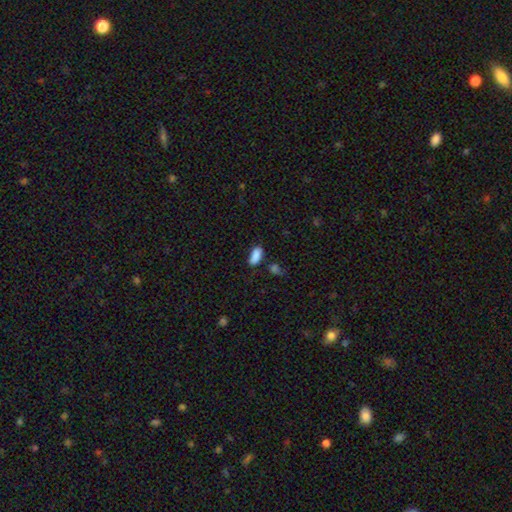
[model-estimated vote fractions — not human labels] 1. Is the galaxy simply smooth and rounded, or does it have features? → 88% smooth, 8% star or artifact, 4% featured or disk.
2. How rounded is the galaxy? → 87% in between, 10% cigar-shaped, 3% round.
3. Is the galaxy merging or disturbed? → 71% none, 19% minor disturbance, 5% merger, 5% major disturbance.